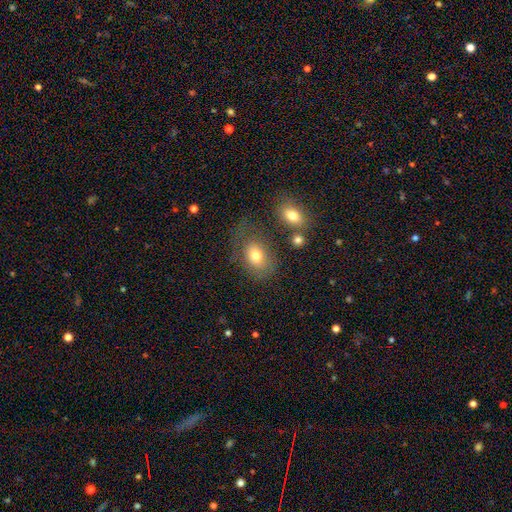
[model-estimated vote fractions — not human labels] Q: Smooth or featured?
A: smooth (75%); runner-up: featured or disk (15%)
Q: How rounded?
A: in between (76%); runner-up: round (23%)
Q: Merging?
A: none (52%); runner-up: minor disturbance (22%)